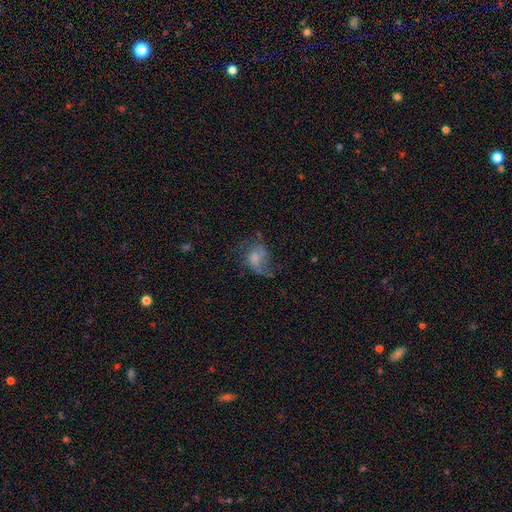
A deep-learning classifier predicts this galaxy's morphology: Smooth or featured? Predicted: featured or disk (p=0.52). Edge-on disk? Predicted: no (p=0.96). Bar? Predicted: no (p=0.69). Spiral arms? Predicted: yes (p=0.69). Bulge size? Predicted: small (p=0.38). Merging? Predicted: none (p=0.43).